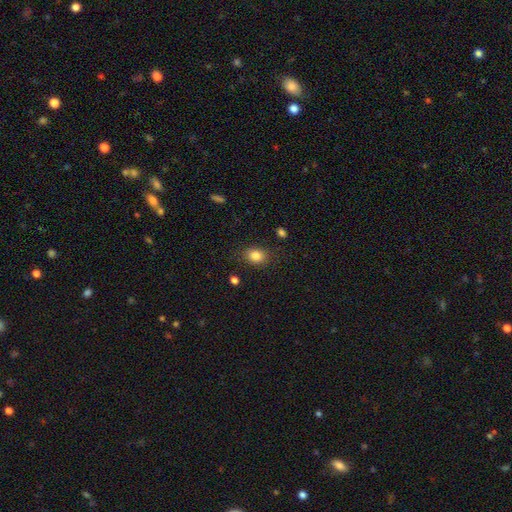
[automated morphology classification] Smooth or featured?
  - smooth: 83% *
  - star or artifact: 10%
  - featured or disk: 6%
How rounded?
  - in between: 55% *
  - round: 44%
  - cigar-shaped: 1%
Merging?
  - none: 83% *
  - minor disturbance: 12%
  - major disturbance: 3%
  - merger: 2%